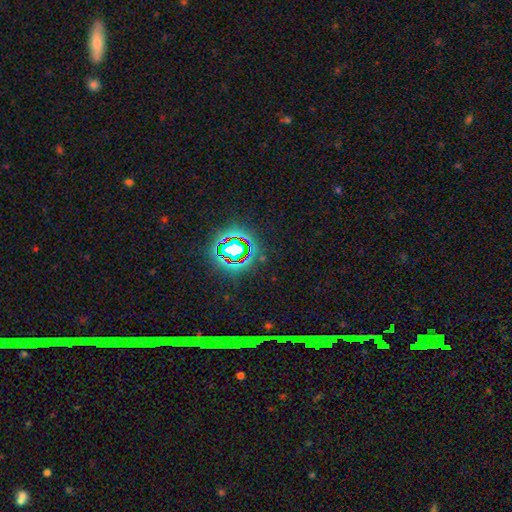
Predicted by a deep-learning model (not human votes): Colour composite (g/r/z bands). It shows a star or artifact, not a galaxy (83%).